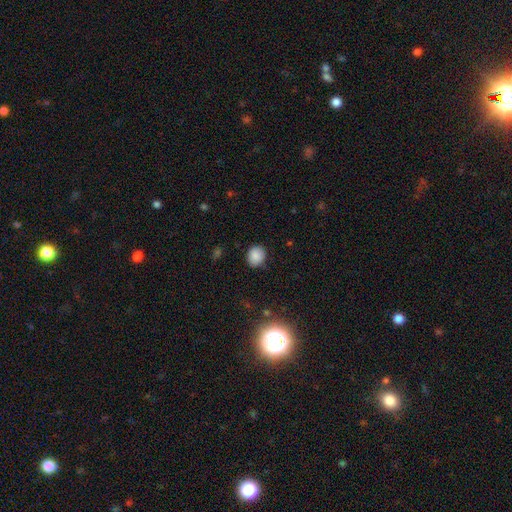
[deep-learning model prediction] Smooth or featured? Predicted: smooth (p=0.86). How rounded? Predicted: round (p=0.71). Merging? Predicted: none (p=0.85).